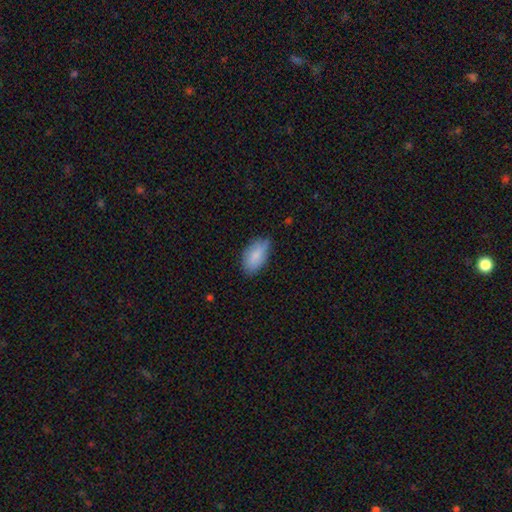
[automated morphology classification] Smooth or featured? smooth (83%)
How rounded? in between (93%)
Merging? none (72%)